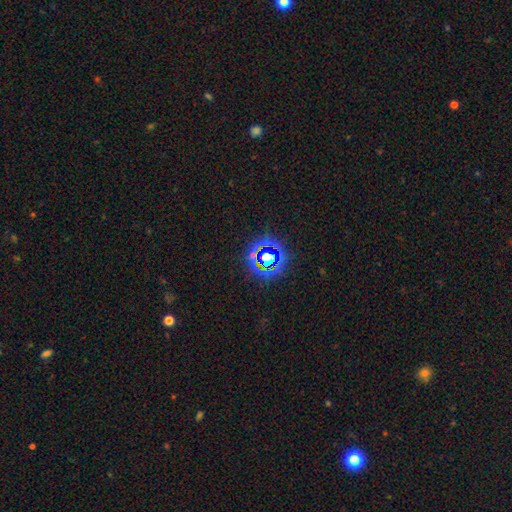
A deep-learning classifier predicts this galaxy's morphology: star or artifact 76%, smooth 16%, featured or disk 9%.